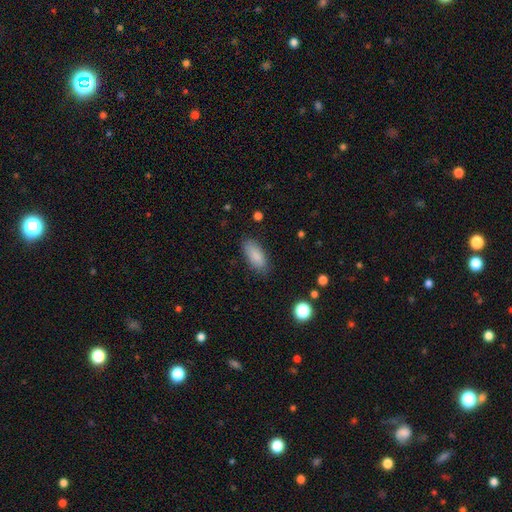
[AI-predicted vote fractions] Smooth or featured: smooth — 86% (star or artifact — 7%)
How rounded: in between — 82% (cigar-shaped — 16%)
Merging: none — 82% (minor disturbance — 13%)